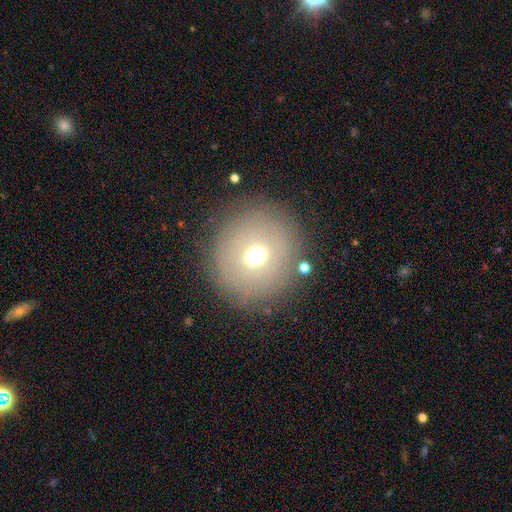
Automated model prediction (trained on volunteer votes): The model was most divided on "smooth or featured": smooth: 59%, featured or disk: 24%, star or artifact: 17%. More confident: how rounded — round (91%); merging — none (83%).